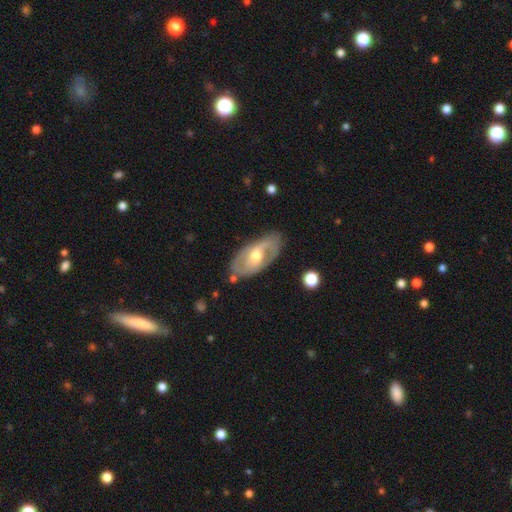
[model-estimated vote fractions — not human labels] Q: Smooth or featured?
A: featured or disk (70%); runner-up: smooth (25%)
Q: Edge-on disk?
A: no (89%); runner-up: yes (11%)
Q: Bar?
A: no (47%); runner-up: weak (39%)
Q: Spiral arms?
A: yes (64%); runner-up: no (36%)
Q: Bulge size?
A: moderate (70%); runner-up: small (22%)
Q: Merging?
A: none (78%); runner-up: minor disturbance (16%)